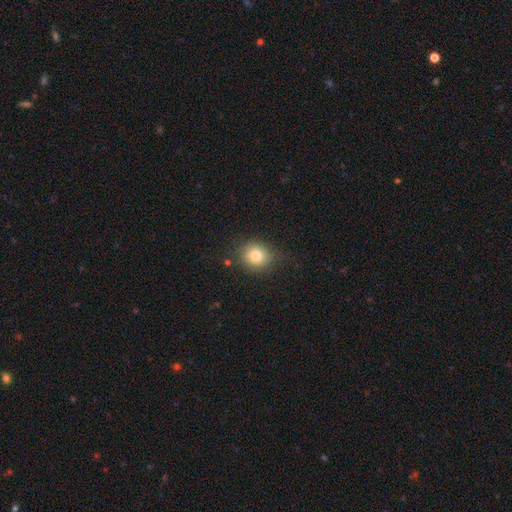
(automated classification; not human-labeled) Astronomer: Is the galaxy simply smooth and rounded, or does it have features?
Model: smooth — 79%.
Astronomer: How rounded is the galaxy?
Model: round — 82%.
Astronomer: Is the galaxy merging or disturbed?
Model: none — 80%.